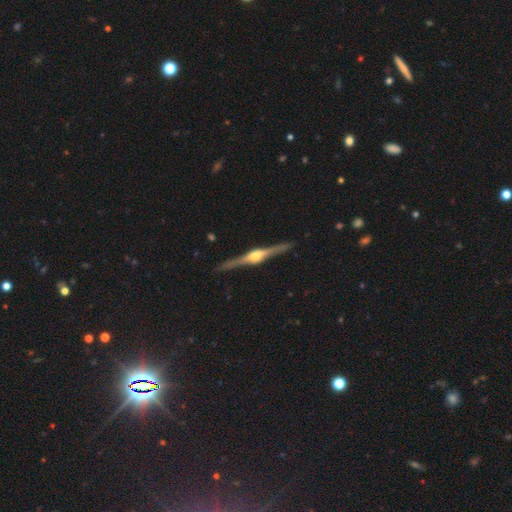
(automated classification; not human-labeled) The model was most divided on "smooth or featured": featured or disk: 88%, smooth: 8%, star or artifact: 5%. More confident: edge-on disk — yes (98%); merging — none (91%); edge-on bulge — rounded (90%).